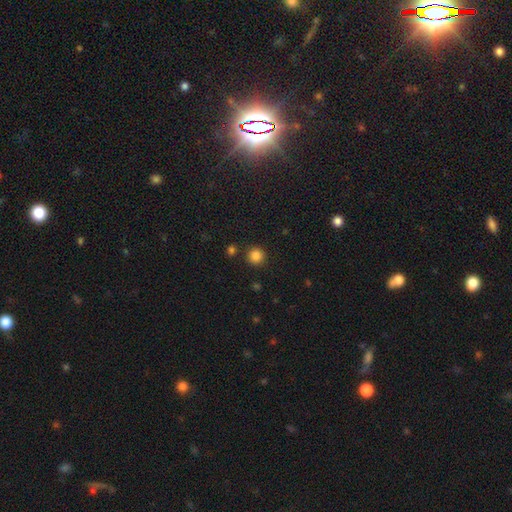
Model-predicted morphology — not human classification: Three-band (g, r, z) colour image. It shows a smooth galaxy with no disk features (85%) that is round (94%). Merging: none (88%).